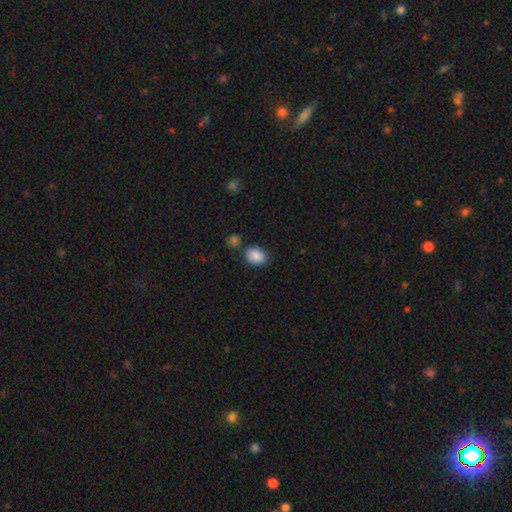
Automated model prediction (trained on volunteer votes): Smooth or featured? smooth (88%)
How rounded? in between (63%)
Merging? none (74%)